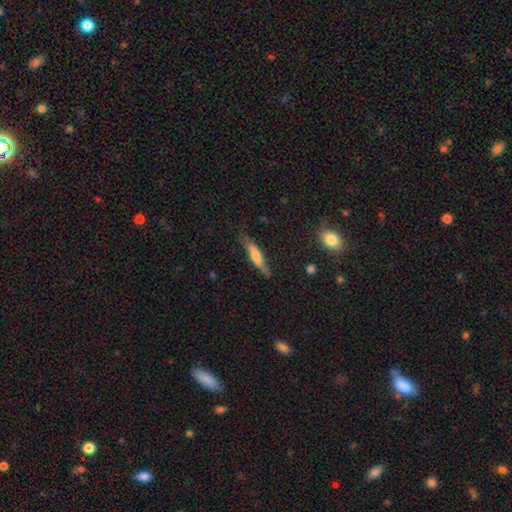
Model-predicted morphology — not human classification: smooth 61%, featured or disk 33%, star or artifact 6%. Down the decision tree: how rounded — cigar-shaped (83%); merging — none (77%).